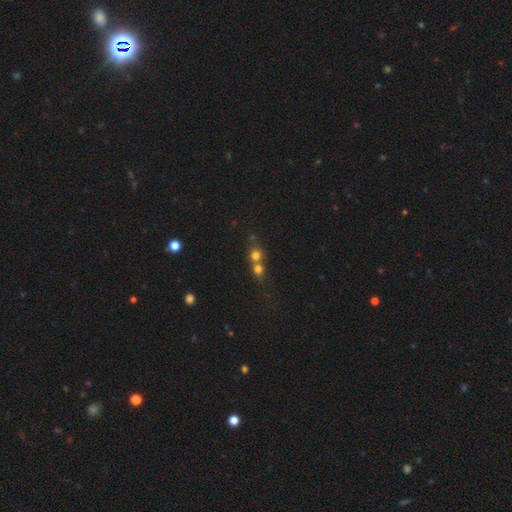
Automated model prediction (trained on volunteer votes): The model was most divided on "merging": merger: 60%, none: 33%, minor disturbance: 5%, major disturbance: 3%. More confident: how rounded — round (84%); smooth or featured — smooth (70%).